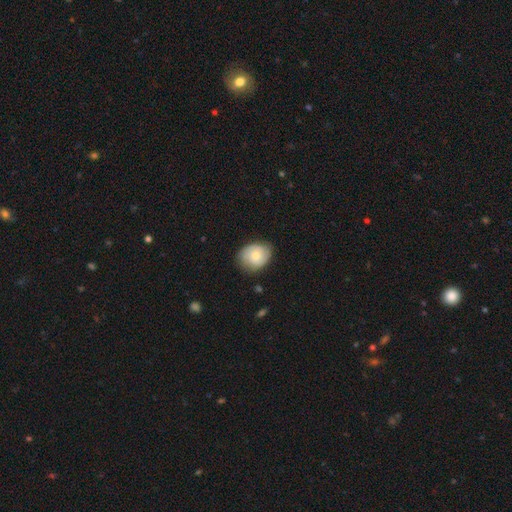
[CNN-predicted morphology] The model was most divided on "how rounded": round: 51%, in between: 48%, cigar-shaped: 1%. More confident: merging — none (75%); smooth or featured — smooth (56%).